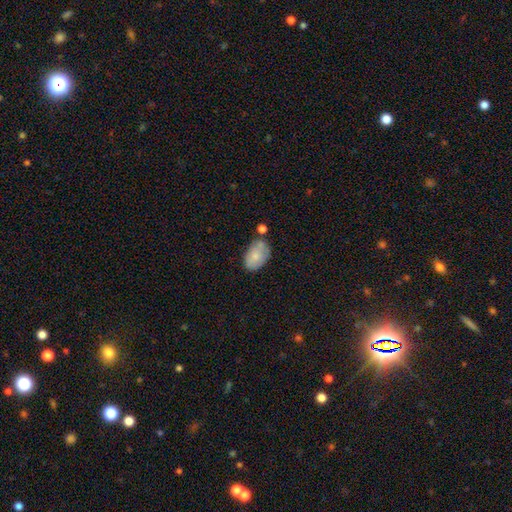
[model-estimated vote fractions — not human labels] Smooth or featured? Predicted: smooth (p=0.75). How rounded? Predicted: in between (p=0.91). Merging? Predicted: none (p=0.58).